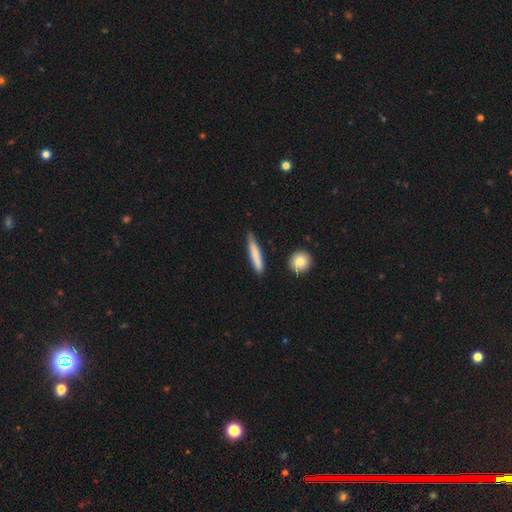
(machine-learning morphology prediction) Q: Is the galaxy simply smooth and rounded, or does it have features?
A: smooth — 74%.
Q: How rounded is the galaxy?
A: cigar-shaped — 92%.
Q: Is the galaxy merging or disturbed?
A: none — 81%.